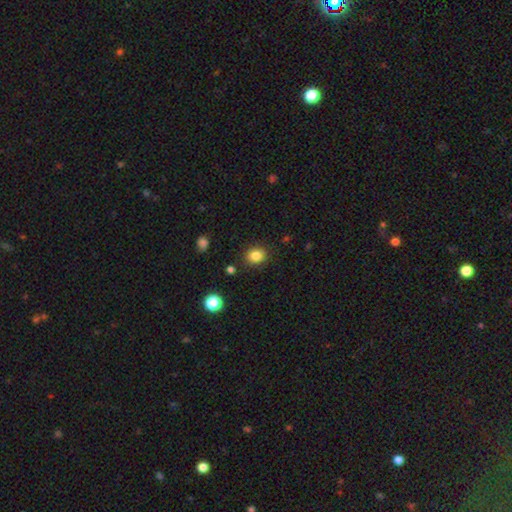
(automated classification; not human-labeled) A smooth galaxy with no disk features (84%) that is round (61%).

Vote fractions:
- Smooth or featured? smooth: 84% / star or artifact: 11% / featured or disk: 5%
- How rounded? round: 61% / in between: 38% / cigar-shaped: 1%
- Merging? none: 86% / minor disturbance: 9% / major disturbance: 3% / merger: 2%